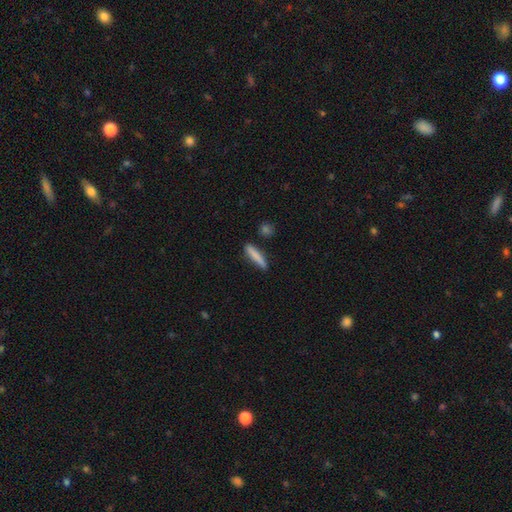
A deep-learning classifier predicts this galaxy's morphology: This is clearly a smooth galaxy (81%). How rounded: clearly cigar-shaped (90%). Merging: clearly none (83%).